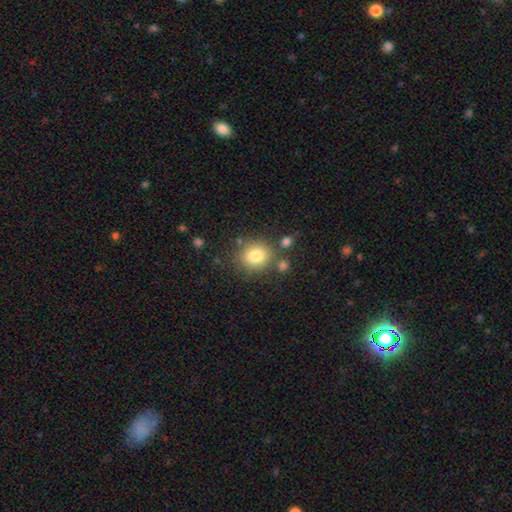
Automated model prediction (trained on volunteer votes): A smooth galaxy with no disk features (80%) that is round (78%). Merging: none (76%).